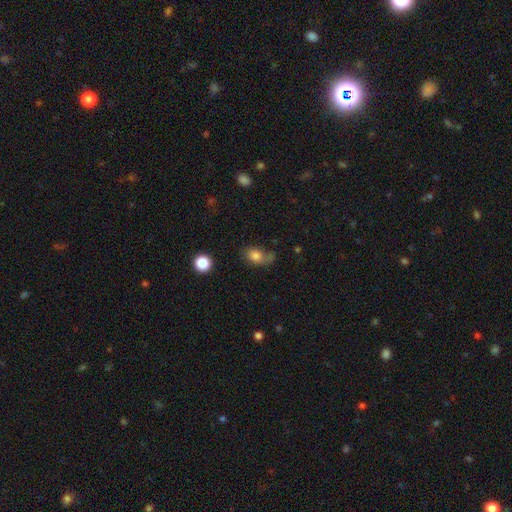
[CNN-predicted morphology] smooth 77%, featured or disk 13%, star or artifact 10%. Down the decision tree: how rounded — in between (72%); merging — none (44%).